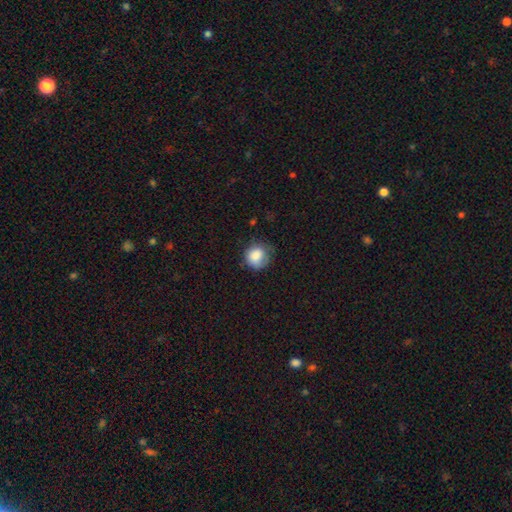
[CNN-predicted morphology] Smooth or featured?
  - smooth: 82% *
  - featured or disk: 10%
  - star or artifact: 8%
How rounded?
  - round: 81% *
  - in between: 18%
  - cigar-shaped: 1%
Merging?
  - none: 53% *
  - minor disturbance: 31%
  - major disturbance: 14%
  - merger: 2%